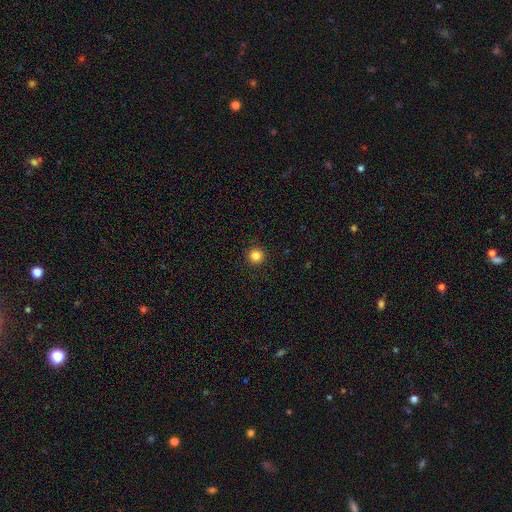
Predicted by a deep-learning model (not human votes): This appears to be a smooth galaxy with no disk features (84%) that is round (96%). Merging: none (93%).